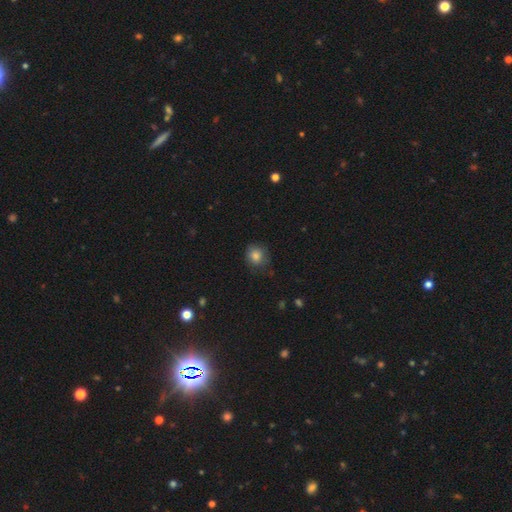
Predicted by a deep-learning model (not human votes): A smooth galaxy with no disk features (83%) that is round (79%). Merging: none (75%).